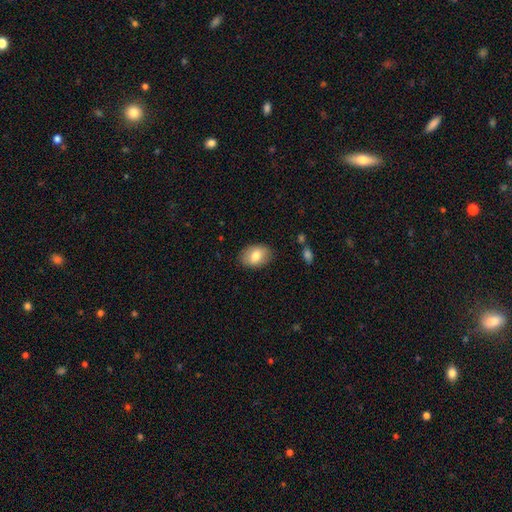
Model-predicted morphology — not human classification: The model was most divided on "how rounded": in between: 80%, round: 19%, cigar-shaped: 1%. More confident: merging — none (86%); smooth or featured — smooth (79%).